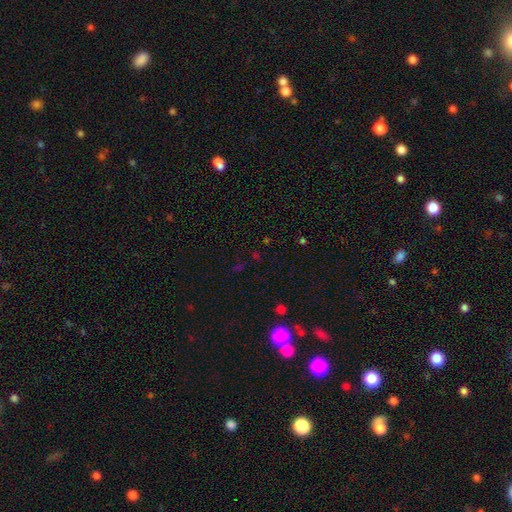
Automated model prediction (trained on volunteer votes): The model was most divided on "smooth or featured": star or artifact: 58%, smooth: 34%, featured or disk: 8%.